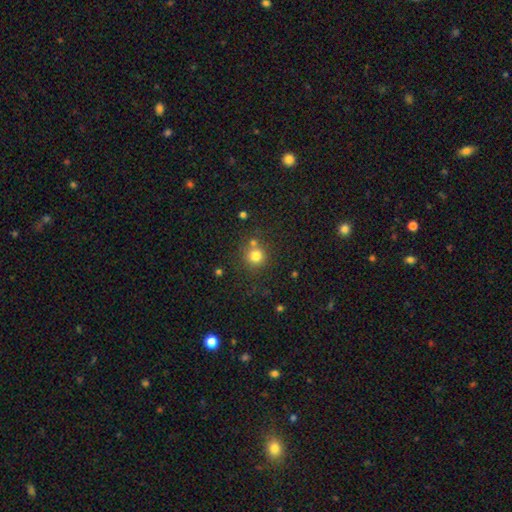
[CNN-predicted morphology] Smooth or featured? smooth (79%)
How rounded? round (92%)
Merging? none (71%)